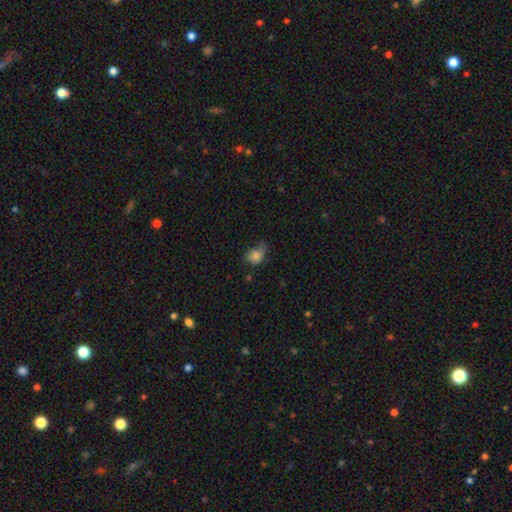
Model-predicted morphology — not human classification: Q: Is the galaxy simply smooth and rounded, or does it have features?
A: smooth — 76%.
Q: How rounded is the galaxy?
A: in between — 55%.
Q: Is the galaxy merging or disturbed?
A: minor disturbance — 36%.